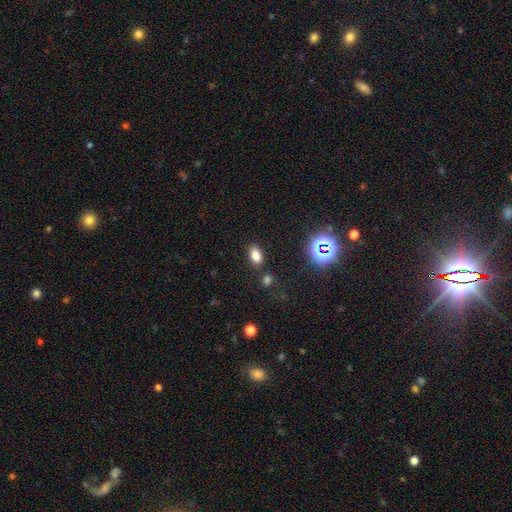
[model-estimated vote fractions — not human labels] smooth_or_featured: smooth (p=0.78) [alt: star or artifact p=0.15]
how_rounded: in between (p=0.88) [alt: round p=0.09]
merging: none (p=0.82) [alt: minor disturbance p=0.10]